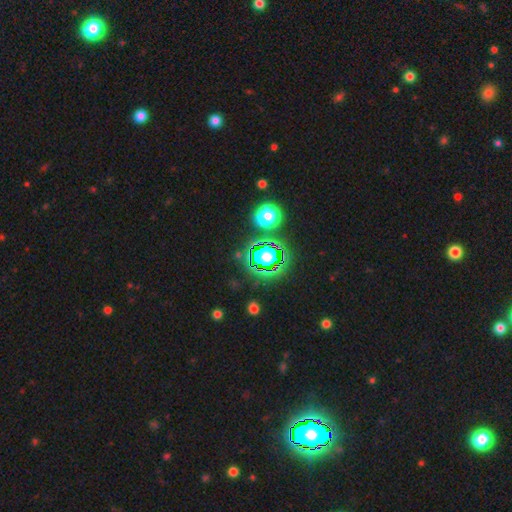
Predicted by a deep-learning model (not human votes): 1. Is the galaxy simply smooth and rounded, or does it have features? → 82% star or artifact, 12% smooth, 6% featured or disk.